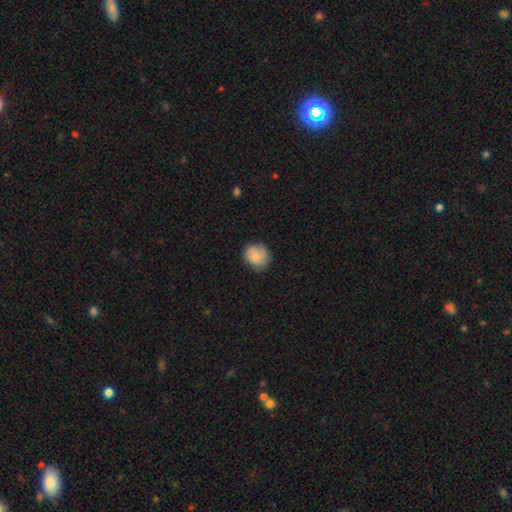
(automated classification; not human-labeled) Overall: smooth (64%; featured or disk 27%). How rounded: round (76%). Merging: none (70%).